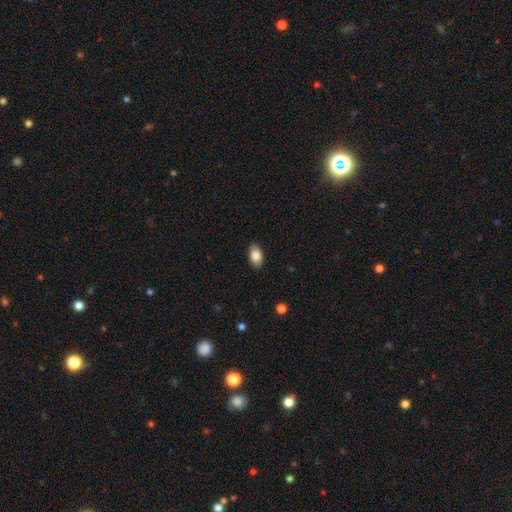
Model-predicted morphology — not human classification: A smooth galaxy with no disk features (85%) that is in between round and cigar-shaped (92%).

Vote fractions:
- Smooth or featured? smooth: 85% / featured or disk: 8% / star or artifact: 7%
- How rounded? in between: 92% / round: 6% / cigar-shaped: 2%
- Merging? none: 88% / minor disturbance: 9% / major disturbance: 2% / merger: 1%